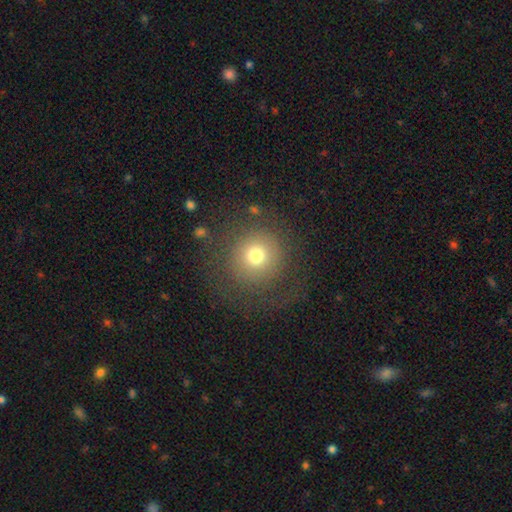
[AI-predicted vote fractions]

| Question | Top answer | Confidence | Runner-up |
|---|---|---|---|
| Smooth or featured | smooth | 68% | featured or disk (17%) |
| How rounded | round | 93% | in between (6%) |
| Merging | none | 73% | major disturbance (14%) |